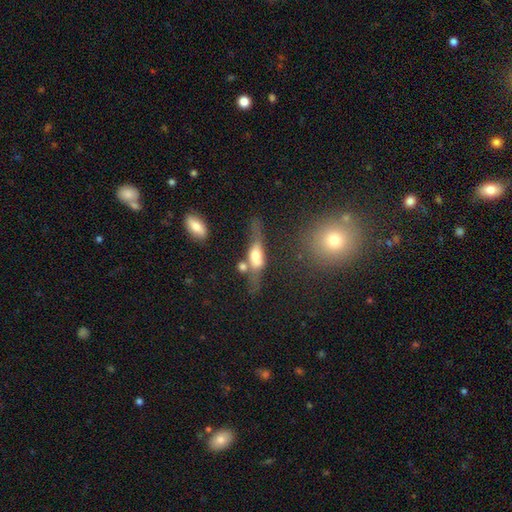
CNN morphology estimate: The model was most divided on "merging": none: 31%, merger: 28%, major disturbance: 24%, minor disturbance: 18%. More confident: edge-on disk — yes (61%); smooth or featured — featured or disk (51%).